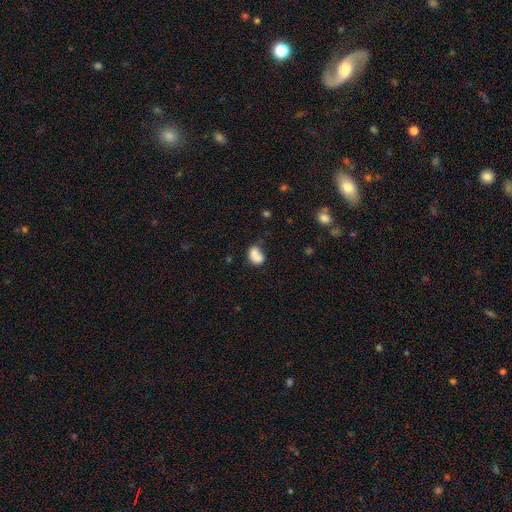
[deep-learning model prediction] A smooth galaxy with no disk features (76%) that is in between round and cigar-shaped (65%).

Vote fractions:
- Smooth or featured? smooth: 76% / featured or disk: 15% / star or artifact: 10%
- How rounded? in between: 65% / round: 34% / cigar-shaped: 1%
- Merging? merger: 47% / none: 28% / minor disturbance: 15% / major disturbance: 9%